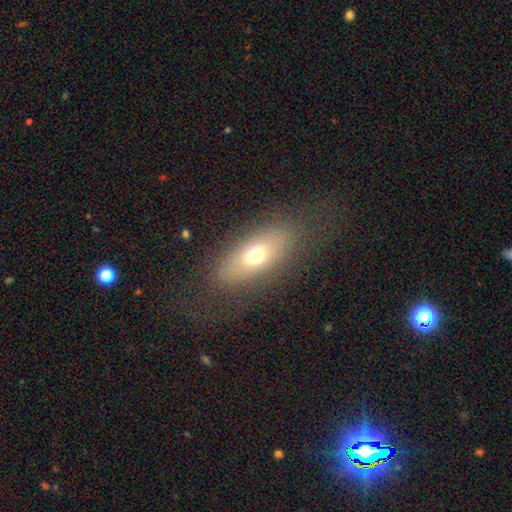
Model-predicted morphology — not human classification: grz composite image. It shows a smooth galaxy with no disk features (65%) that is in between round and cigar-shaped (81%). Merging: none (77%).